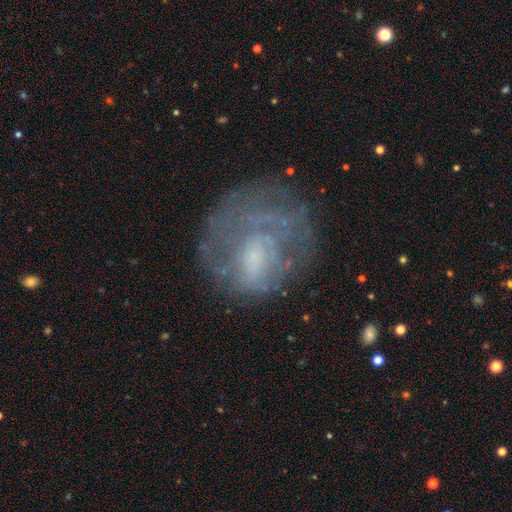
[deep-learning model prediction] This is possibly a featured or disk galaxy (56%). It is clearly not viewed edge-on (97%). Bar: likely no (72%). Spiral arm pattern: possibly no (60%). Central bulge: marginally none (37%). Merging: possibly none (55%).